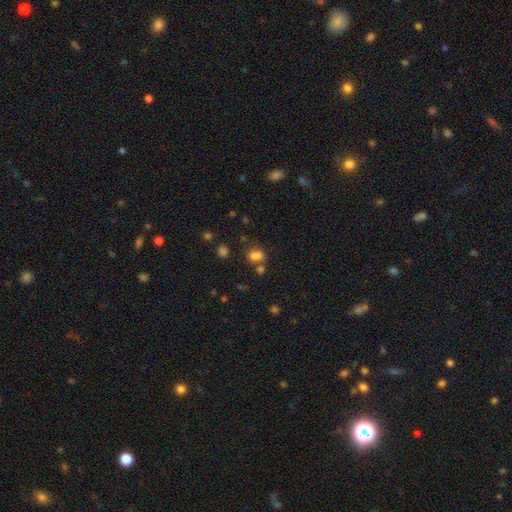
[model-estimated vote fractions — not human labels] Smooth or featured?
  - smooth: 76% *
  - star or artifact: 16%
  - featured or disk: 8%
How rounded?
  - in between: 63% *
  - round: 35%
  - cigar-shaped: 2%
Merging?
  - none: 54% *
  - merger: 25%
  - minor disturbance: 15%
  - major disturbance: 6%